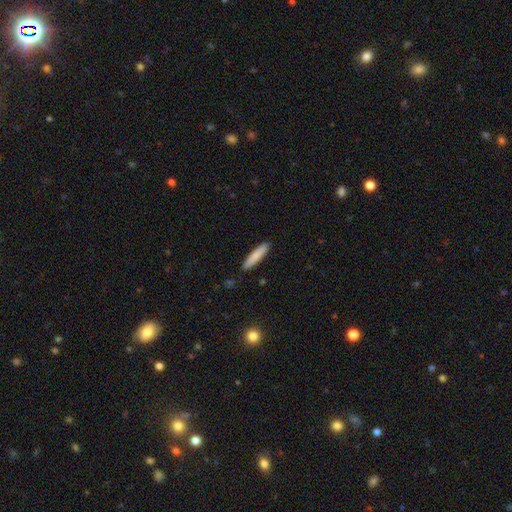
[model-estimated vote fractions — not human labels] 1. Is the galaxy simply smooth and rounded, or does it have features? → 81% smooth, 14% featured or disk, 6% star or artifact.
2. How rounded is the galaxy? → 88% cigar-shaped, 11% in between, 1% round.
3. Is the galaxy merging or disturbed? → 91% none, 7% minor disturbance, 1% major disturbance, 1% merger.